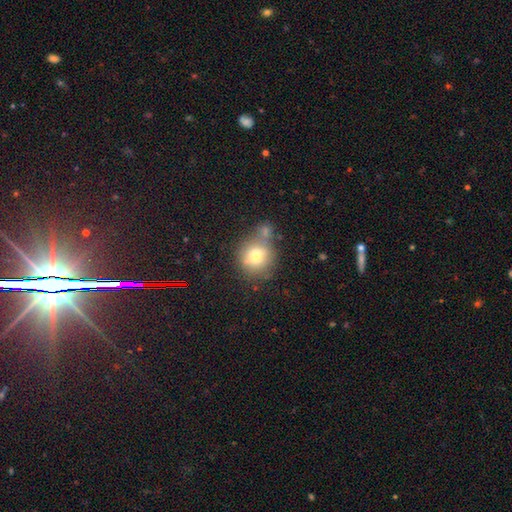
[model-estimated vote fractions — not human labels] smooth-or-featured: smooth: 74% | featured or disk: 16% | star or artifact: 10%
  how-rounded: round: 82% | in between: 17% | cigar-shaped: 1%
  merging: none: 52% | merger: 24% | minor disturbance: 18% | major disturbance: 7%